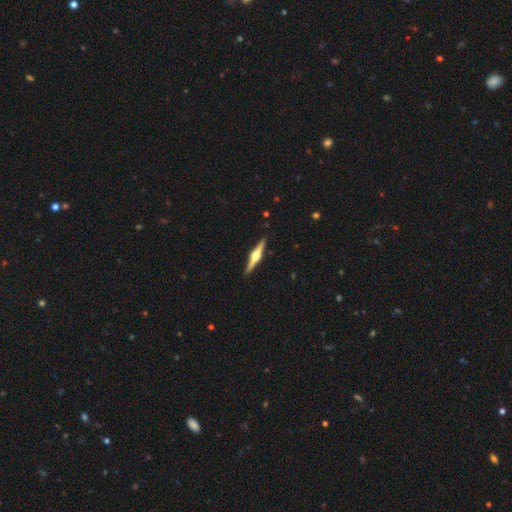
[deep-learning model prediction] smooth-or-featured: featured or disk: 81% | smooth: 15% | star or artifact: 5%
  disk-edge-on: yes: 98% | no: 2%
    edge-on-bulge: rounded: 95% | boxy: 3% | none: 2%
  merging: none: 92% | minor disturbance: 6% | major disturbance: 1% | merger: 1%